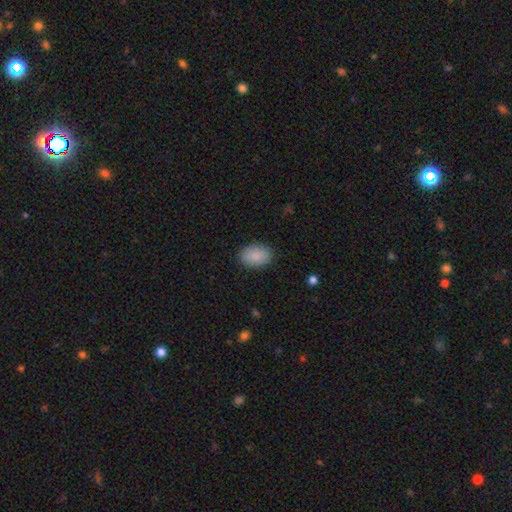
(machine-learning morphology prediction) This appears to be a smooth galaxy with no disk features (89%) that is in between round and cigar-shaped (84%). Merging: none (87%).